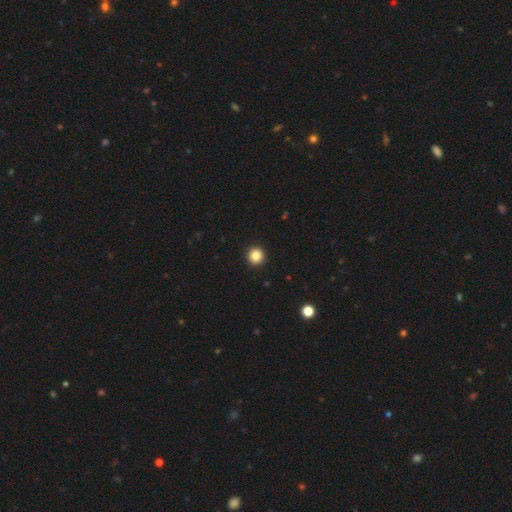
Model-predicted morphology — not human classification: smooth 86%, star or artifact 10%, featured or disk 4%. Down the decision tree: how rounded — round (94%); merging — none (94%).